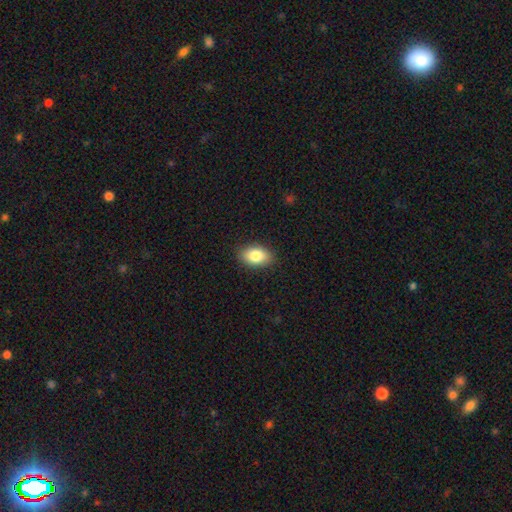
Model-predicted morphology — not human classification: Smooth or featured? Predicted: smooth (p=0.83). How rounded? Predicted: in between (p=0.89). Merging? Predicted: none (p=0.88).